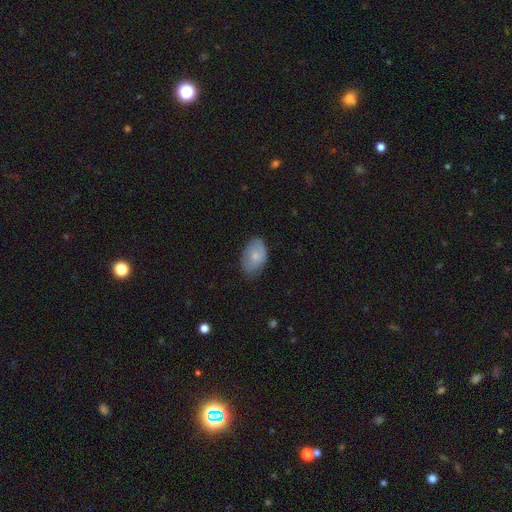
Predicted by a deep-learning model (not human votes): This is likely a smooth galaxy (72%). How rounded: clearly in between (88%). Merging: likely none (65%).